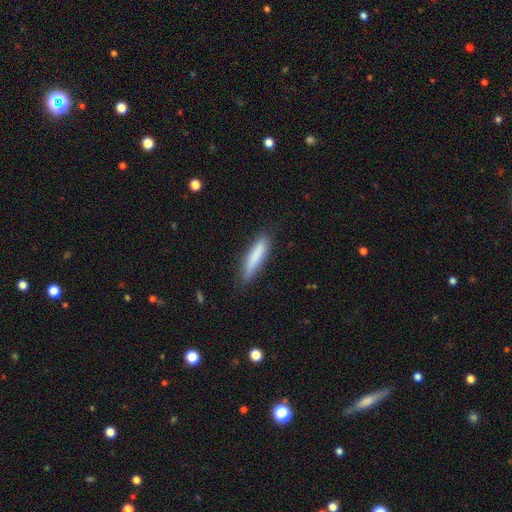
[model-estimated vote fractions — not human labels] A smooth galaxy with no disk features (83%) that is cigar-shaped (81%). Merging: none (82%).